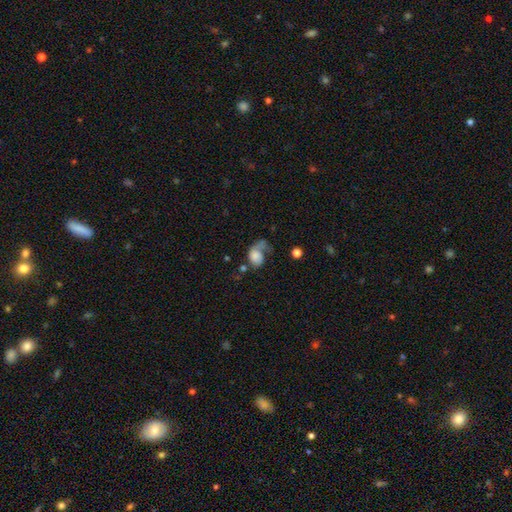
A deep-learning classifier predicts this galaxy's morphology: smooth 54%, featured or disk 37%, star or artifact 9%. Down the decision tree: how rounded — in between (62%); merging — major disturbance (49%).